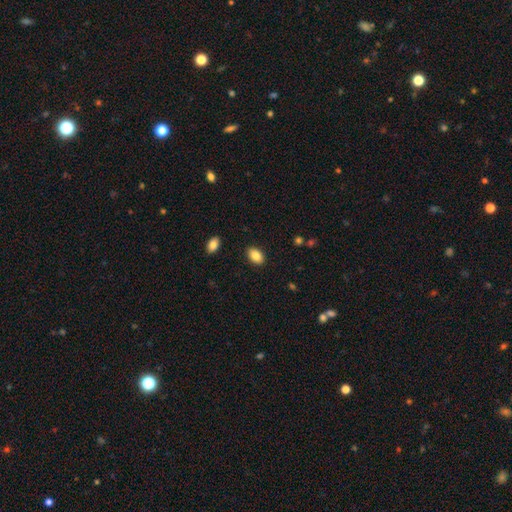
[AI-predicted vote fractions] Q: Smooth or featured?
A: smooth (85%); runner-up: star or artifact (8%)
Q: How rounded?
A: in between (89%); runner-up: round (9%)
Q: Merging?
A: none (89%); runner-up: minor disturbance (8%)